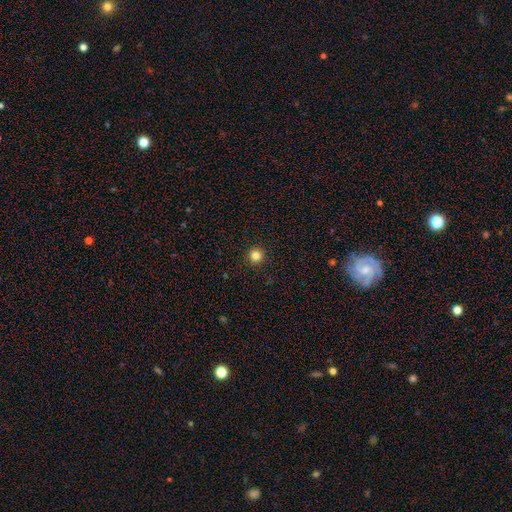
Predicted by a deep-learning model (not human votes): Smooth or featured? smooth (83%)
How rounded? round (96%)
Merging? none (93%)